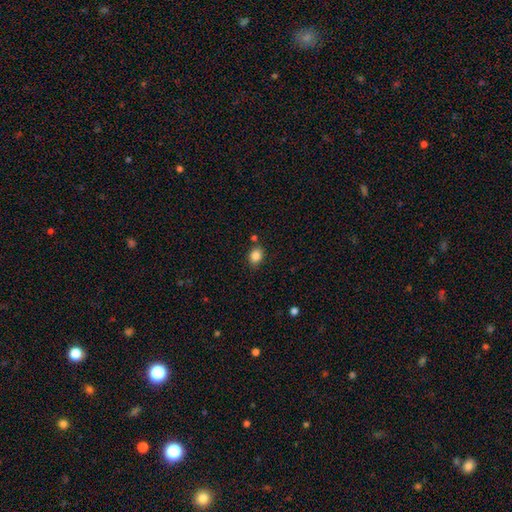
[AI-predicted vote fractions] A smooth galaxy with no disk features (86%) that is in between round and cigar-shaped (54%). Merging: none (77%).